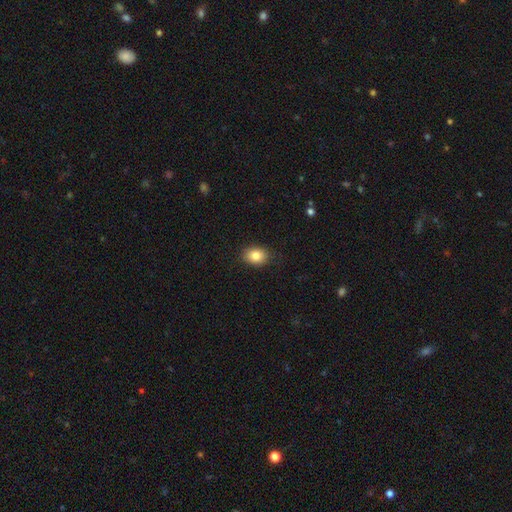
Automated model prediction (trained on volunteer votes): This appears to be a smooth galaxy with no disk features (84%) that is in between round and cigar-shaped (66%). Merging: none (86%).